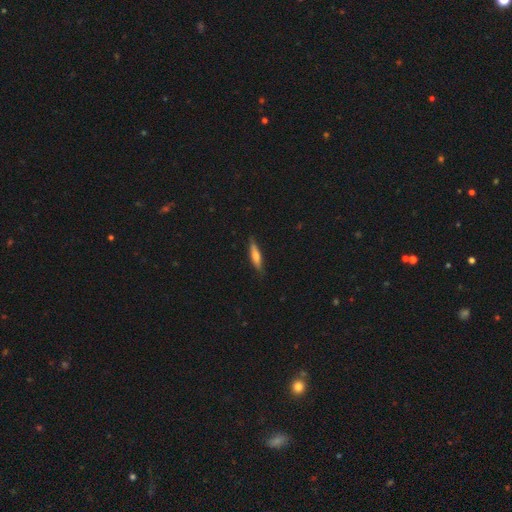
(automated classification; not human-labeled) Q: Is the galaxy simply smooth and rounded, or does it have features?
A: smooth — 58%.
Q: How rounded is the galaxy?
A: cigar-shaped — 79%.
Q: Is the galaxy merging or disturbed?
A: none — 83%.